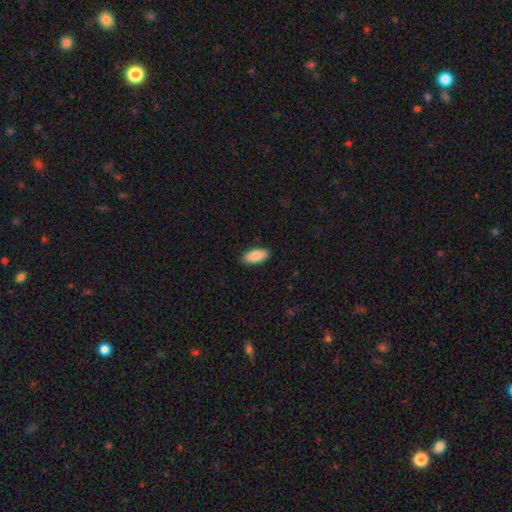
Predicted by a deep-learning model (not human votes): A smooth galaxy with no disk features (89%) that is in between round and cigar-shaped (90%). Merging: none (89%).